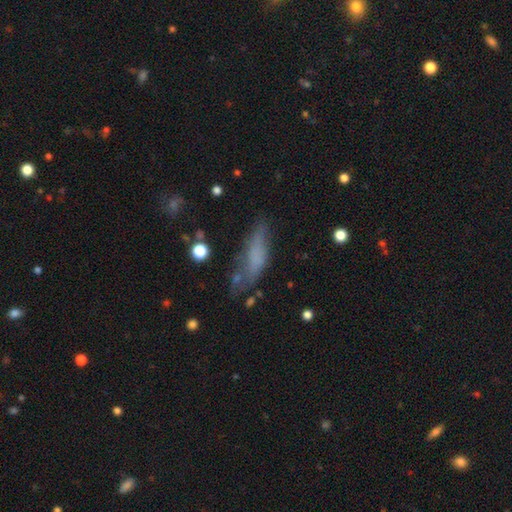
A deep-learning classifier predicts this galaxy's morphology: type=smooth (60%); roundness=cigar-shaped (55%); merging=none (47%).